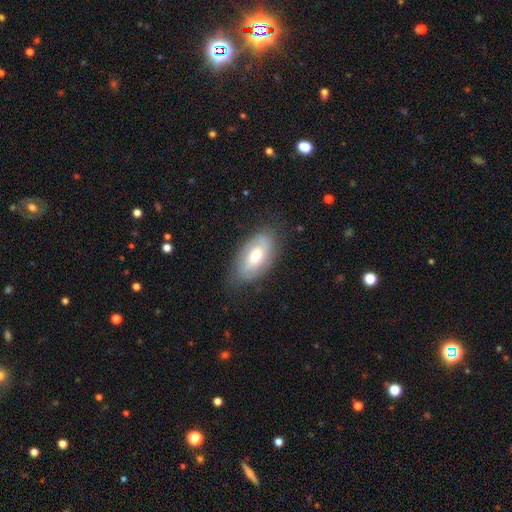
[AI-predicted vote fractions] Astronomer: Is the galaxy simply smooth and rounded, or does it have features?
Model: smooth — 53% (runner-up: featured or disk, 41%).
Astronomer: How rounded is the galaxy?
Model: in between — 92%.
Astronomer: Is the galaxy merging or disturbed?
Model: none — 74%.